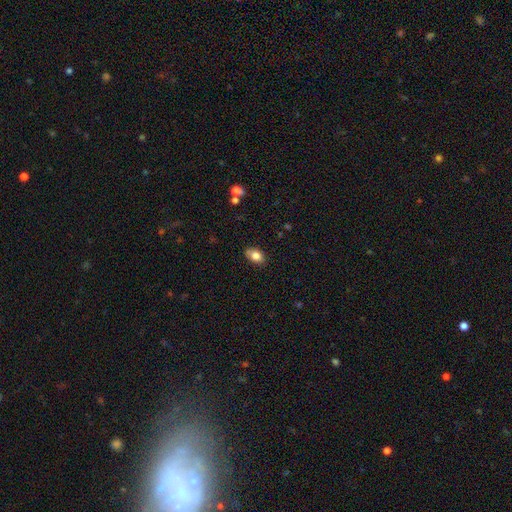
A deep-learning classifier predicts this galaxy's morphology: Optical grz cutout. It shows a smooth galaxy with no disk features (82%) that is in between round and cigar-shaped (78%). Merging: none (75%).